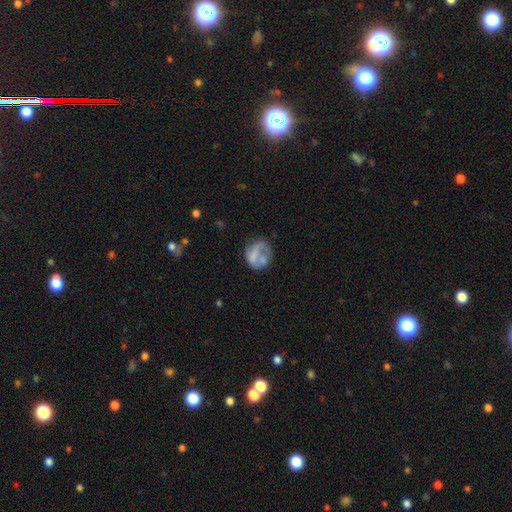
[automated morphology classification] Smooth or featured: smooth — 52% (featured or disk — 38%)
How rounded: round — 65% (in between — 33%)
Merging: none — 41% (major disturbance — 28%)